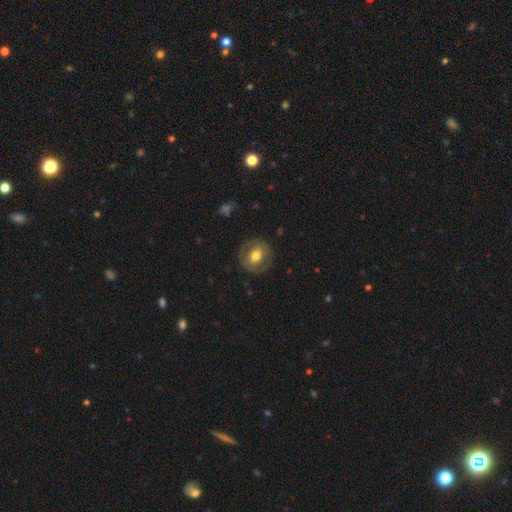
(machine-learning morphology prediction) type=smooth (55%); roundness=round (86%); merging=none (84%).